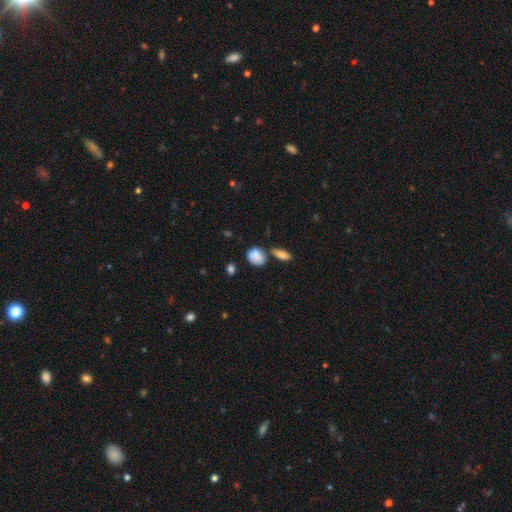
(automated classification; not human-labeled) A smooth galaxy with no disk features (81%) that is round (53%).

Vote fractions:
- Smooth or featured? smooth: 81% / featured or disk: 10% / star or artifact: 8%
- How rounded? round: 53% / in between: 45% / cigar-shaped: 2%
- Merging? none: 54% / minor disturbance: 22% / merger: 17% / major disturbance: 6%